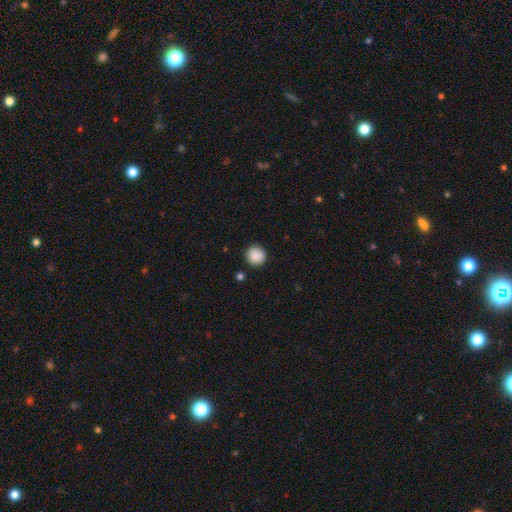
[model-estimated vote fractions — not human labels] smooth 89%, star or artifact 8%, featured or disk 2%. Down the decision tree: how rounded — round (94%); merging — none (90%).